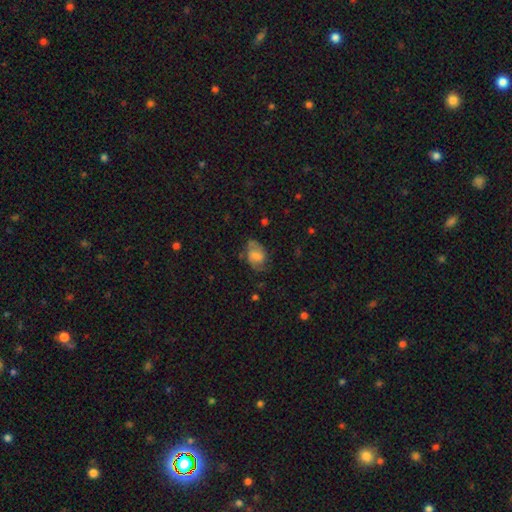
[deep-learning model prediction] smooth 51%, featured or disk 40%, star or artifact 9%. Down the decision tree: how rounded — in between (81%); merging — none (54%).